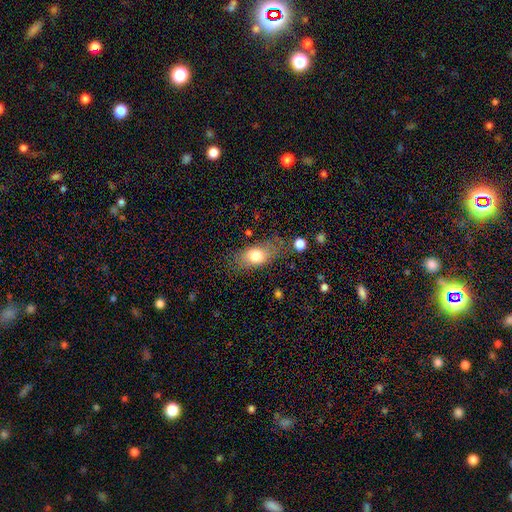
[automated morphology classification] Smooth or featured: smooth — 75% (featured or disk — 16%)
How rounded: in between — 83% (round — 12%)
Merging: none — 67% (minor disturbance — 21%)